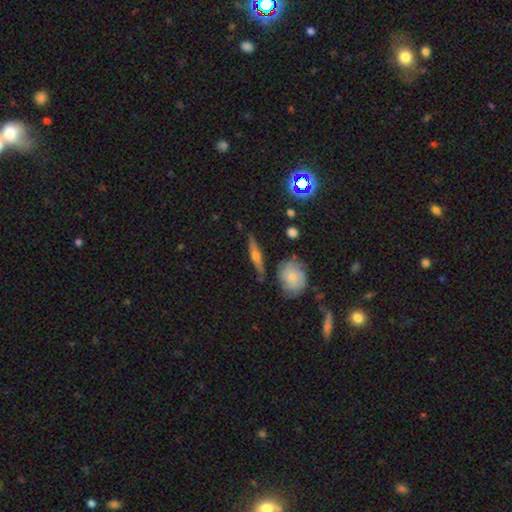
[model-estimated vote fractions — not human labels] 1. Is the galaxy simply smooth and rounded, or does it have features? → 64% featured or disk, 28% smooth, 8% star or artifact.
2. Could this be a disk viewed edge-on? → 93% yes, 7% no.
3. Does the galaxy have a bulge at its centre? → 90% rounded, 6% boxy, 4% none.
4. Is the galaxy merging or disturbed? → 82% none, 11% minor disturbance, 4% merger, 3% major disturbance.